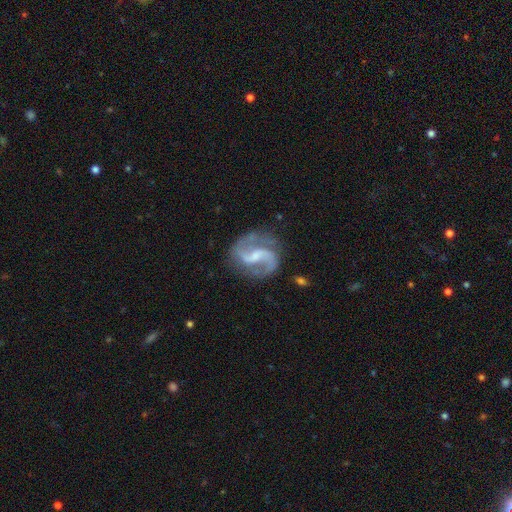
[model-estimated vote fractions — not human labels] smooth-or-featured: featured or disk: 92% | star or artifact: 4% | smooth: 4%
  disk-edge-on: no: 98% | yes: 2%
    bar: weak: 51% | strong: 29% | no: 20%
    has-spiral-arms: yes: 98% | no: 2%
      spiral-winding: medium: 55% | loose: 32% | tight: 13%
      spiral-arm-count: 2: 94% | can't tell: 2% | 1: 1% | 3: 1% | 4: 1% | more than 4: 1%
    bulge-size: small: 47% | moderate: 31% | none: 18% | large: 3% | dominant: 1%
  merging: none: 79% | minor disturbance: 14% | major disturbance: 5% | merger: 2%